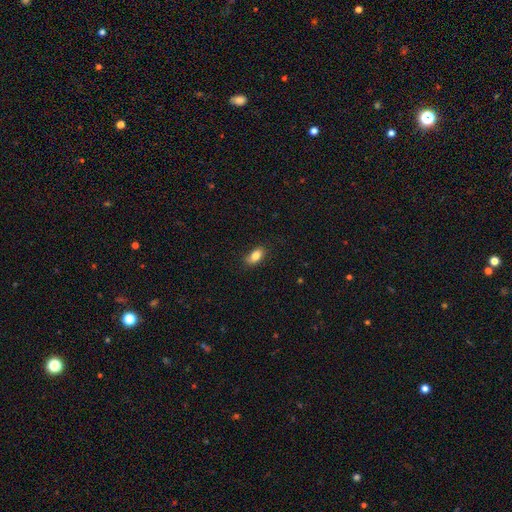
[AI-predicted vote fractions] smooth_or_featured: smooth (p=0.82) [alt: featured or disk p=0.10]
how_rounded: in between (p=0.88) [alt: round p=0.07]
merging: none (p=0.79) [alt: minor disturbance p=0.17]